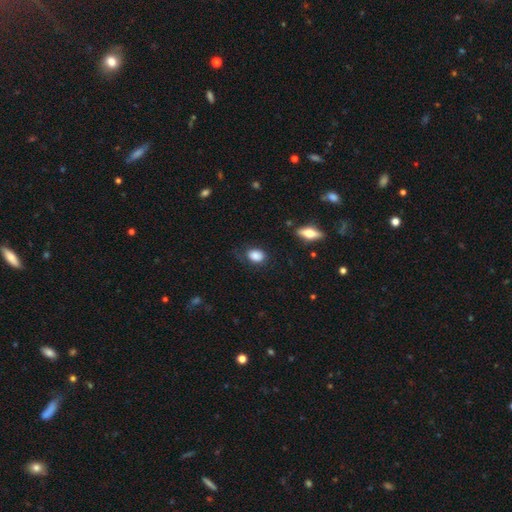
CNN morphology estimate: The model was most divided on "merging": none: 62%, minor disturbance: 24%, major disturbance: 12%, merger: 2%. More confident: smooth or featured — smooth (83%); how rounded — in between (76%).